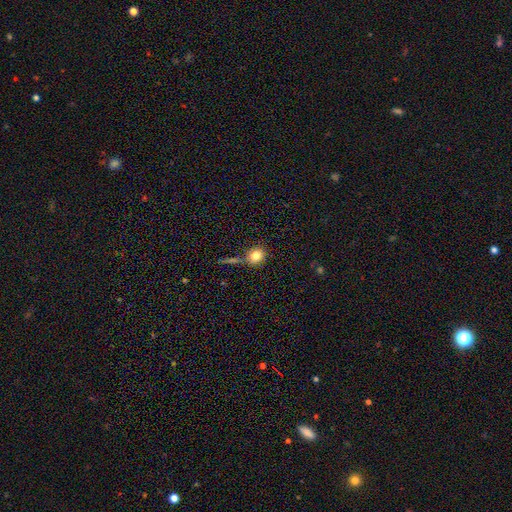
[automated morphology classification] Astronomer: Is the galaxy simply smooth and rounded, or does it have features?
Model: smooth — 80%.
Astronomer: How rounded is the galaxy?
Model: round — 77%.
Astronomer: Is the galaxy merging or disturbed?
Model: none — 68%.